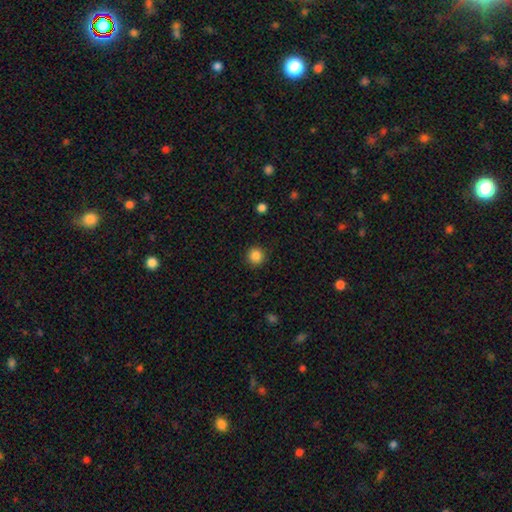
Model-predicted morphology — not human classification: smooth-or-featured: smooth: 85% | star or artifact: 11% | featured or disk: 4%
  how-rounded: round: 95% | in between: 5% | cigar-shaped: 1%
  merging: none: 91% | minor disturbance: 6% | major disturbance: 2% | merger: 1%